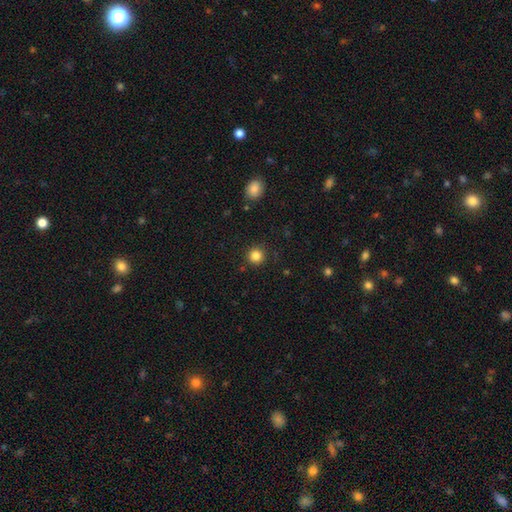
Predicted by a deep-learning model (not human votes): smooth_or_featured: smooth (p=0.84) [alt: star or artifact p=0.12]
how_rounded: round (p=0.95) [alt: in between p=0.05]
merging: none (p=0.90) [alt: minor disturbance p=0.06]